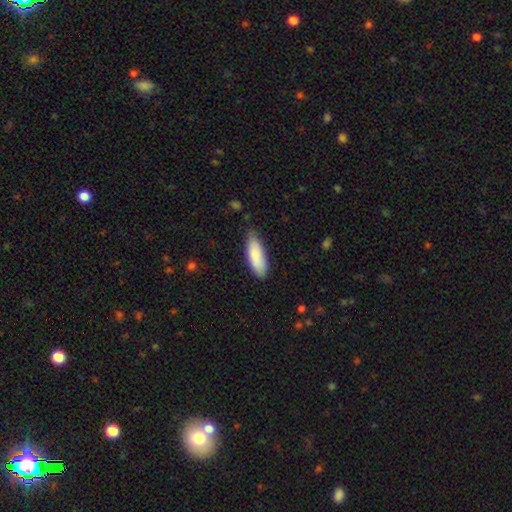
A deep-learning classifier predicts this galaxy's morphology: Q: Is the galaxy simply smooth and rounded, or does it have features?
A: smooth — 83%.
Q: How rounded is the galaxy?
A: in between — 68%.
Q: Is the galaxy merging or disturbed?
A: none — 69%.